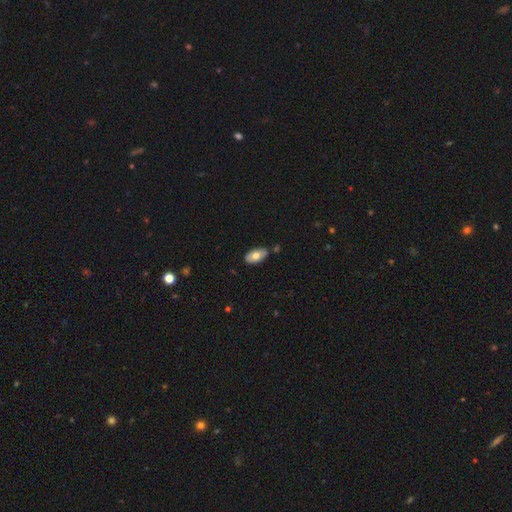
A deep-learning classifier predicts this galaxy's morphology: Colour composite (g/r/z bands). It shows a smooth galaxy with no disk features (68%) that is in between round and cigar-shaped (93%). Merging: none (76%).